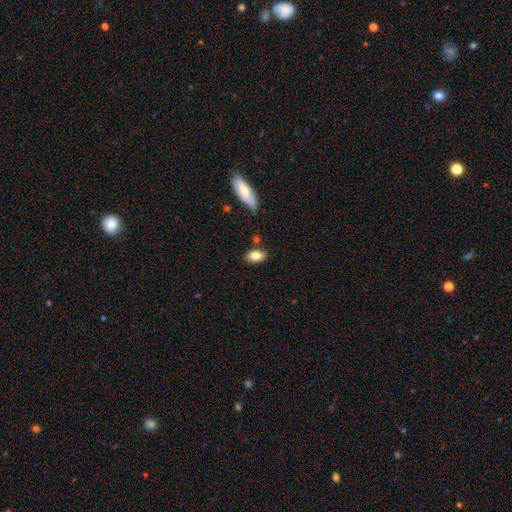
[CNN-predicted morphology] A smooth galaxy with no disk features (80%) that is in between round and cigar-shaped (88%). Merging: none (78%).